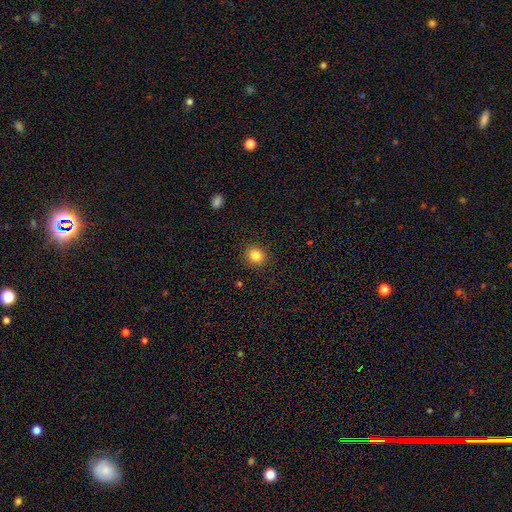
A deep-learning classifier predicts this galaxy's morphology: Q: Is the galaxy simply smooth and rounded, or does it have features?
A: smooth — 84%.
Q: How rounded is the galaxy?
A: round — 78%.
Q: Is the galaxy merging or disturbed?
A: none — 90%.